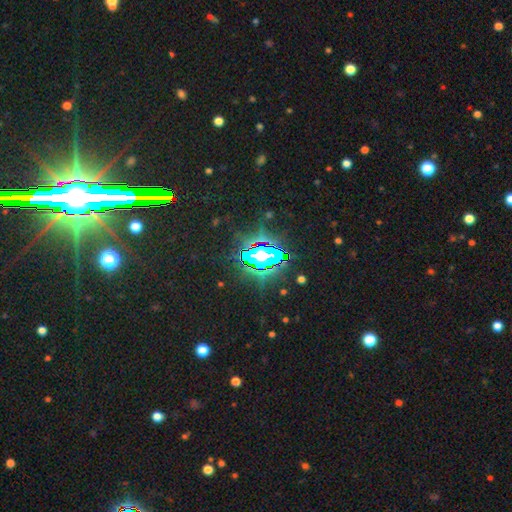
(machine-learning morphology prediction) Smooth or featured?
  - star or artifact: 74% *
  - smooth: 15%
  - featured or disk: 12%